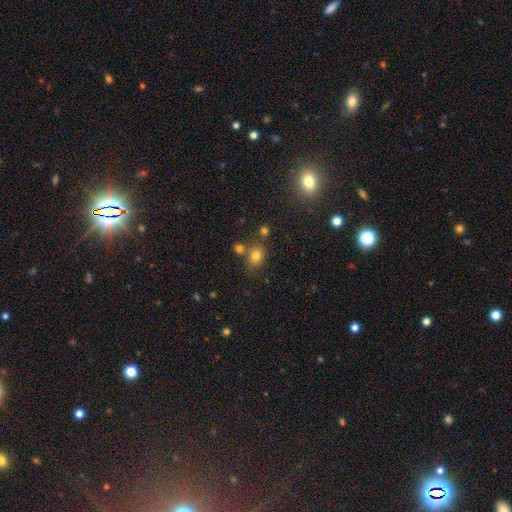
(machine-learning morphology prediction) The model was most divided on "how rounded": round: 51%, in between: 48%, cigar-shaped: 1%. More confident: smooth or featured — smooth (76%); merging — none (66%).